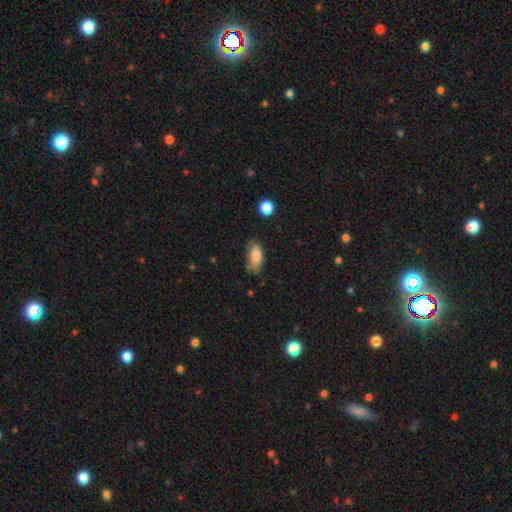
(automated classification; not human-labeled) This is clearly a smooth galaxy (82%). How rounded: clearly in between (89%). Merging: likely none (61%).